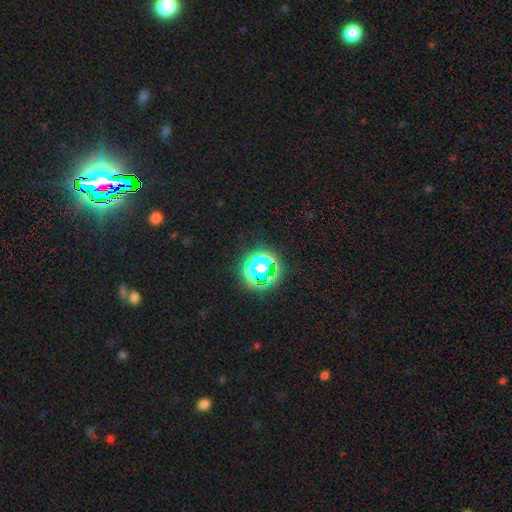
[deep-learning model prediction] Smooth or featured?
  - star or artifact: 48% *
  - smooth: 41%
  - featured or disk: 10%